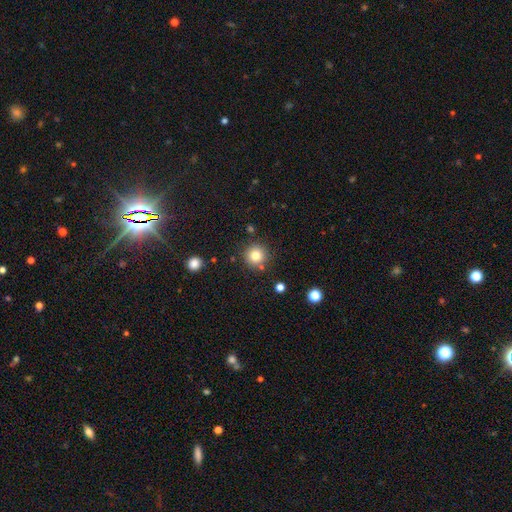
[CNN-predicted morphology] Smooth or featured? smooth (80%)
How rounded? round (95%)
Merging? none (86%)